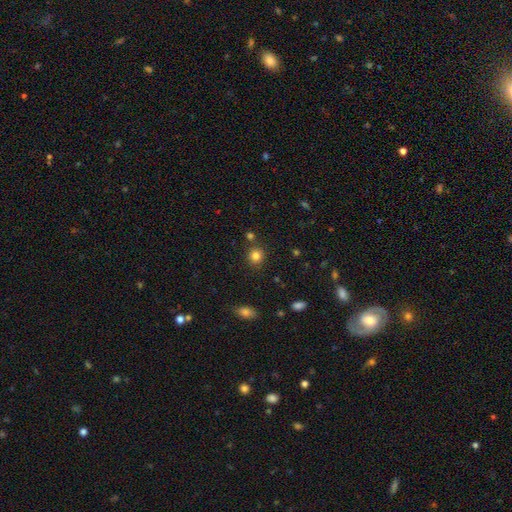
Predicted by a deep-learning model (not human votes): Overall: smooth (82%). How rounded: round (85%). Merging: none (82%).